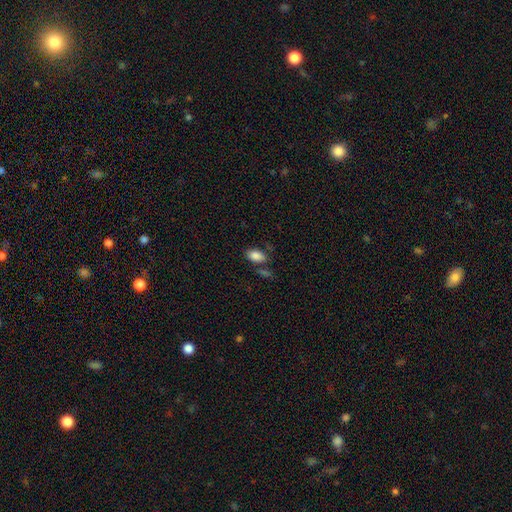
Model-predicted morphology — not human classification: smooth_or_featured: smooth (p=0.86) [alt: star or artifact p=0.08]
how_rounded: in between (p=0.92) [alt: round p=0.05]
merging: none (p=0.67) [alt: minor disturbance p=0.15]